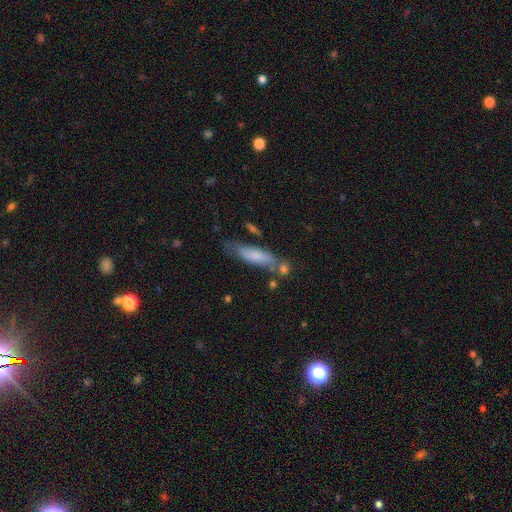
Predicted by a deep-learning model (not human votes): smooth_or_featured: smooth (p=0.69) [alt: featured or disk p=0.24]
how_rounded: cigar-shaped (p=0.66) [alt: in between p=0.32]
merging: none (p=0.59) [alt: minor disturbance p=0.22]